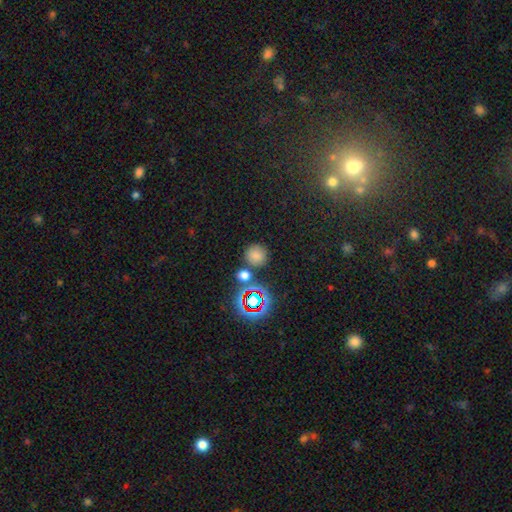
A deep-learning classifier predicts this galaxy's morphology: type=smooth (73%); roundness=round (91%); merging=none (78%).